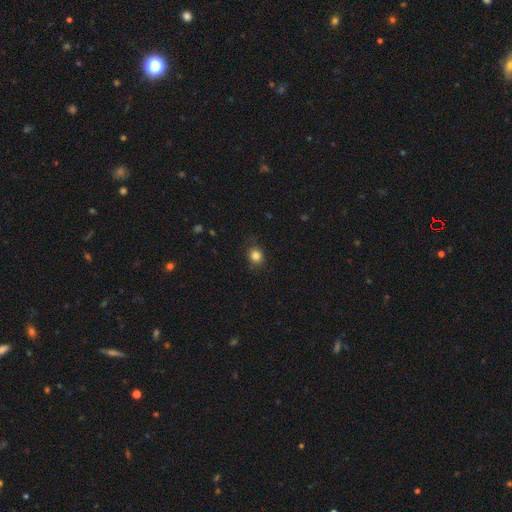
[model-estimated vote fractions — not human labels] Q: Smooth or featured?
A: smooth (84%); runner-up: star or artifact (11%)
Q: How rounded?
A: round (77%); runner-up: in between (22%)
Q: Merging?
A: none (84%); runner-up: minor disturbance (12%)